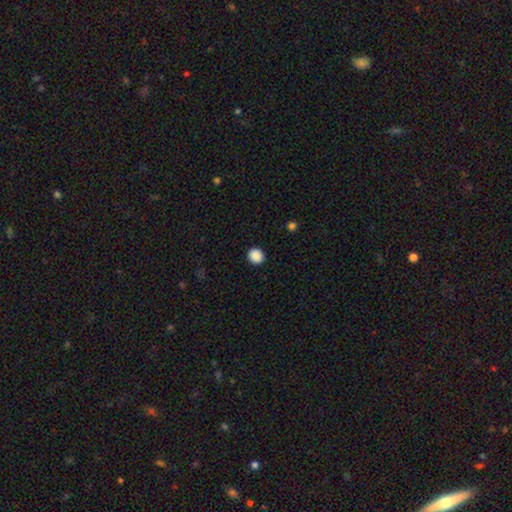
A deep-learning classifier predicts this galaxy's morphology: This is clearly a smooth galaxy (89%). How rounded: clearly round (84%). Merging: clearly none (92%).